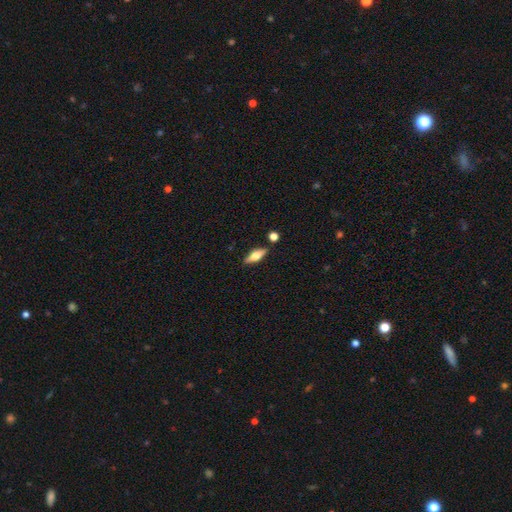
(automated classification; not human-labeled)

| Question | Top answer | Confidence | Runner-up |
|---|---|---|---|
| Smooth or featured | featured or disk | 51% | smooth (42%) |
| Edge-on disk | yes | 93% | no (7%) |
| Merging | none | 84% | minor disturbance (10%) |